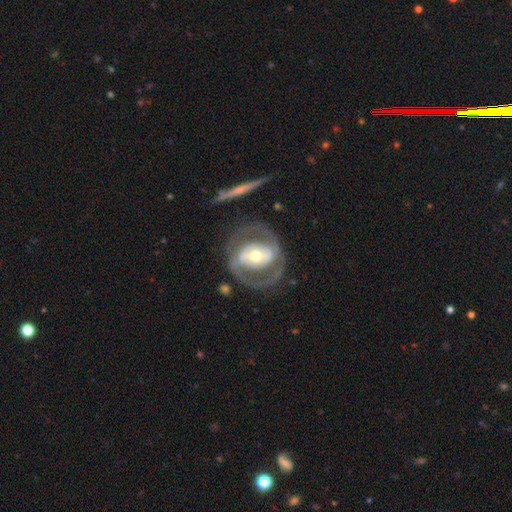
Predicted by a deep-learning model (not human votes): This is likely a featured or disk galaxy (79%). It is clearly not viewed edge-on (96%). Bar: marginally strong (41%). Spiral arm pattern: likely yes (71%). Spiral arm count: clearly 2 (83%). Spiral winding: marginally medium (44%). Central bulge: likely moderate (64%). Merging: likely none (75%).